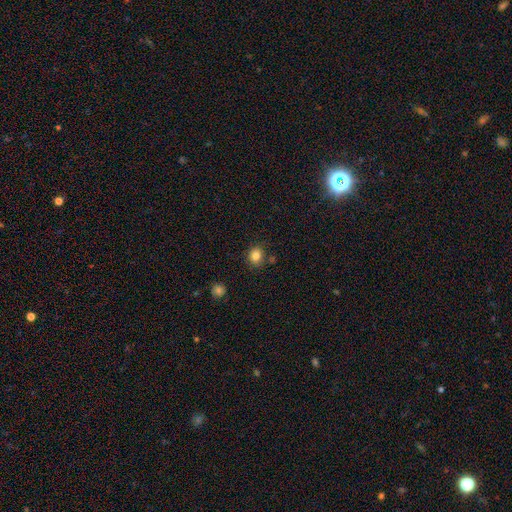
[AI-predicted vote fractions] smooth 83%, star or artifact 11%, featured or disk 6%. Down the decision tree: how rounded — round (72%); merging — none (80%).